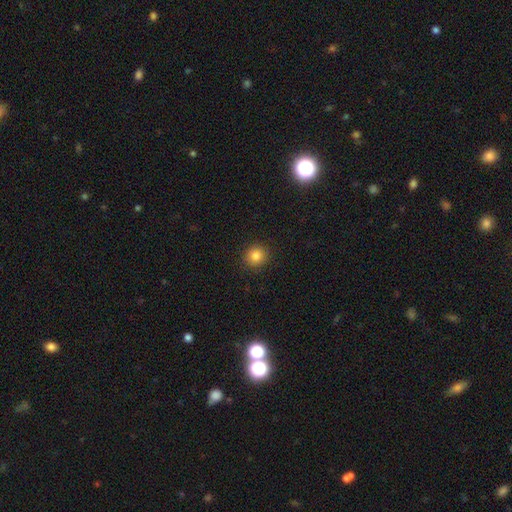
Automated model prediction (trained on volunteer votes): Smooth or featured: smooth — 84% (star or artifact — 11%)
How rounded: round — 87% (in between — 12%)
Merging: none — 91% (minor disturbance — 6%)